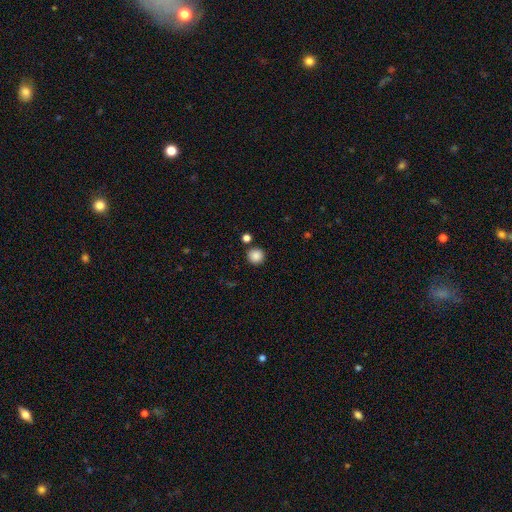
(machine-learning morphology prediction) Overall: smooth (87%). How rounded: round (95%). Merging: none (87%).